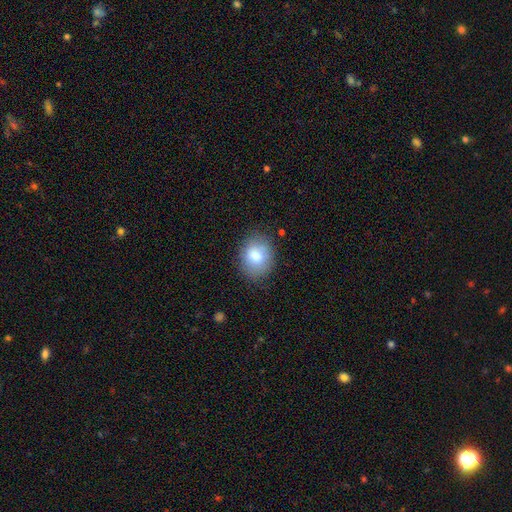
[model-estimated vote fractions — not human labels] Smooth or featured? Predicted: smooth (p=0.81). How rounded? Predicted: in between (p=0.54). Merging? Predicted: none (p=0.77).